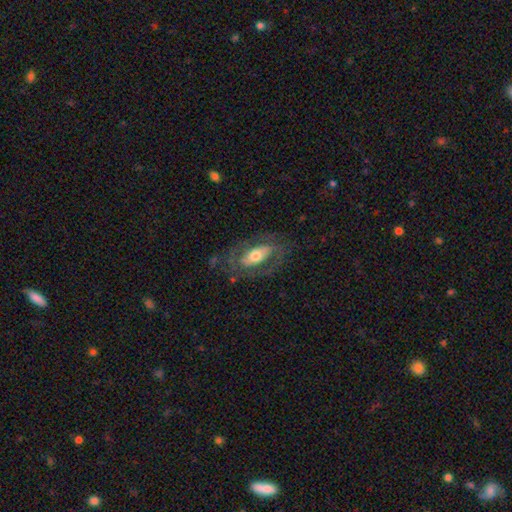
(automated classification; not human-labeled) smooth_or_featured: featured or disk (p=0.58) [alt: smooth p=0.36]
disk_edge_on: no (p=0.86) [alt: yes p=0.14]
merging: none (p=0.66) [alt: minor disturbance p=0.18]